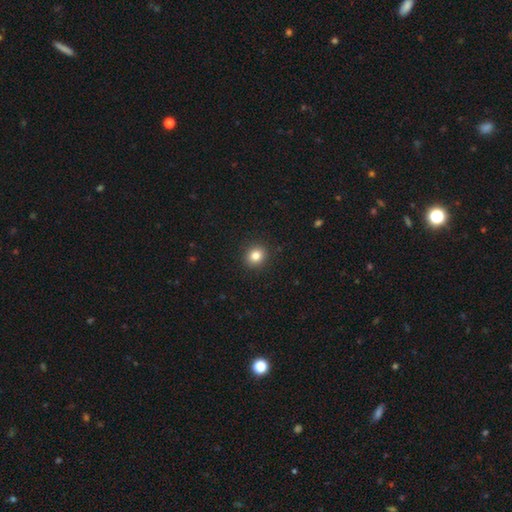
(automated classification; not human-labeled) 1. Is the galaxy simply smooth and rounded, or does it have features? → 84% smooth, 11% star or artifact, 6% featured or disk.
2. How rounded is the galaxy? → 81% round, 18% in between, 1% cigar-shaped.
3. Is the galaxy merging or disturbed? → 92% none, 6% minor disturbance, 2% major disturbance, 1% merger.